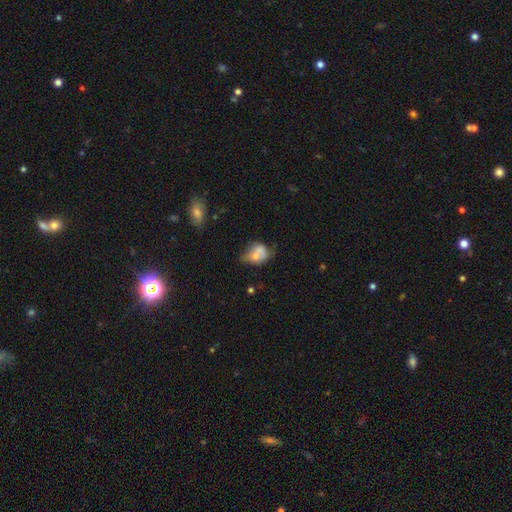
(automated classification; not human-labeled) A smooth galaxy with no disk features (62%) that is in between round and cigar-shaped (58%). Merging: merger (38%).